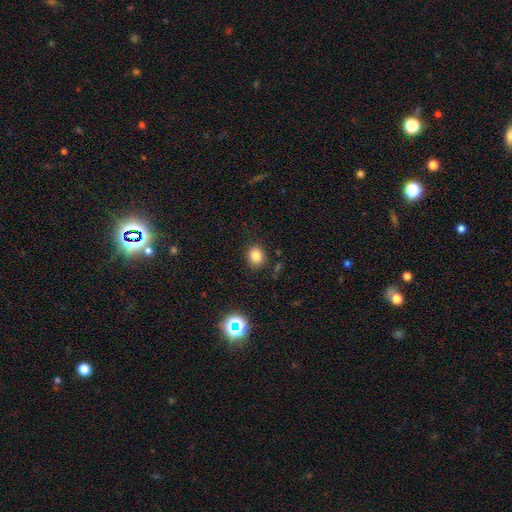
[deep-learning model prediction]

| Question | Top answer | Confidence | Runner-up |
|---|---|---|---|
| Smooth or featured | smooth | 82% | star or artifact (13%) |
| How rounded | round | 71% | in between (28%) |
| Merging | none | 86% | minor disturbance (9%) |